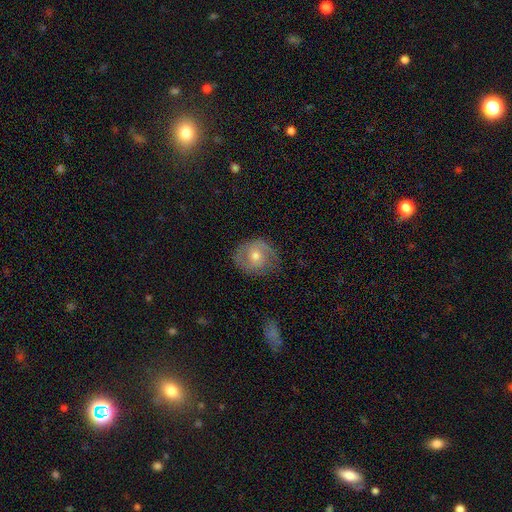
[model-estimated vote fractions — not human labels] A featured or disk galaxy (58%) with no bar (72%), spiral arms (80%) and a moderate central bulge (63%). Merging: none (73%).